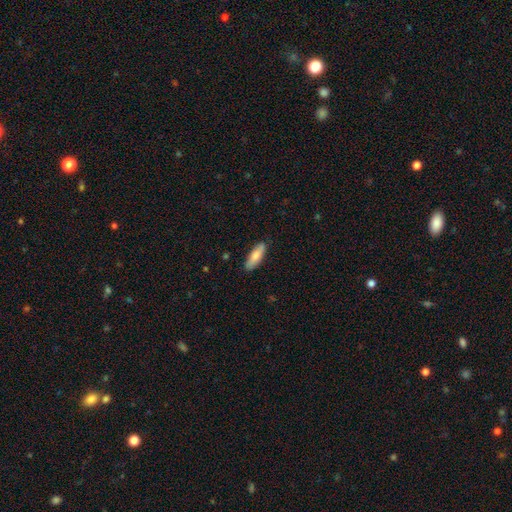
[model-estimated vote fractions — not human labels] smooth-or-featured: smooth: 76% | featured or disk: 19% | star or artifact: 5%
  how-rounded: in between: 54% | cigar-shaped: 44% | round: 2%
  merging: none: 87% | minor disturbance: 10% | major disturbance: 2% | merger: 1%